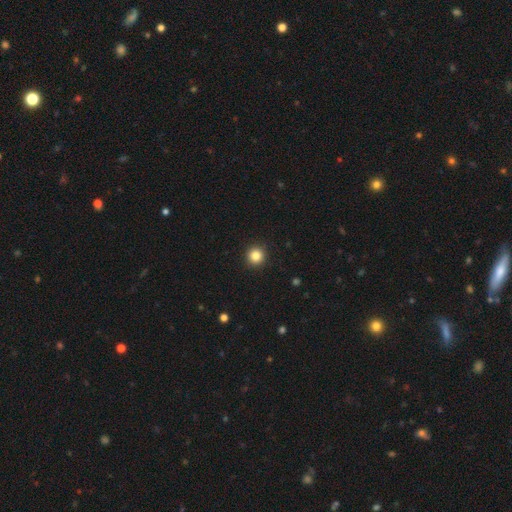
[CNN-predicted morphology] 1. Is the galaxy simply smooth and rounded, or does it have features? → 84% smooth, 11% star or artifact, 5% featured or disk.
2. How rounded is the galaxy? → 95% round, 4% in between, 1% cigar-shaped.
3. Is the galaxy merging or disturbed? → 93% none, 4% minor disturbance, 2% major disturbance, 1% merger.